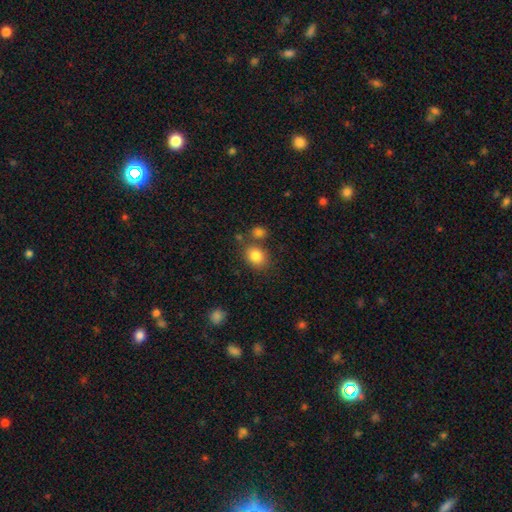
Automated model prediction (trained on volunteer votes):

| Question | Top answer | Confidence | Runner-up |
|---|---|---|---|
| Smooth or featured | smooth | 83% | star or artifact (10%) |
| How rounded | round | 53% | in between (46%) |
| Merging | none | 72% | merger (13%) |